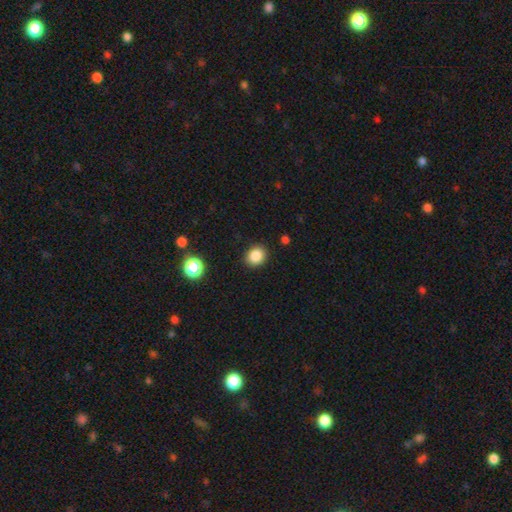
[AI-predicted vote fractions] Smooth or featured: smooth — 86% (star or artifact — 10%)
How rounded: round — 72% (in between — 27%)
Merging: none — 90% (minor disturbance — 7%)